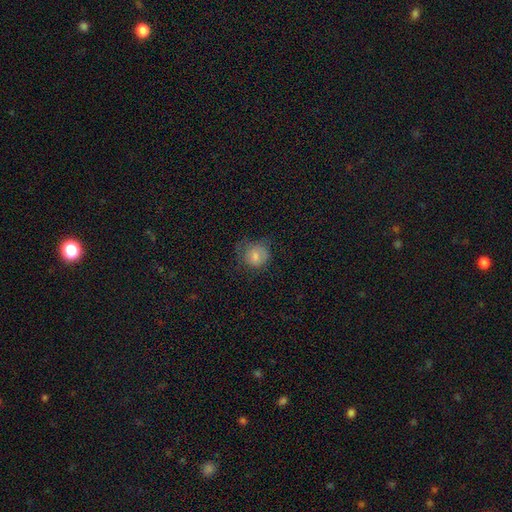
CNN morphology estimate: The model was most divided on "merging": none: 55%, minor disturbance: 26%, major disturbance: 17%, merger: 1%. More confident: how rounded — round (80%); smooth or featured — smooth (75%).